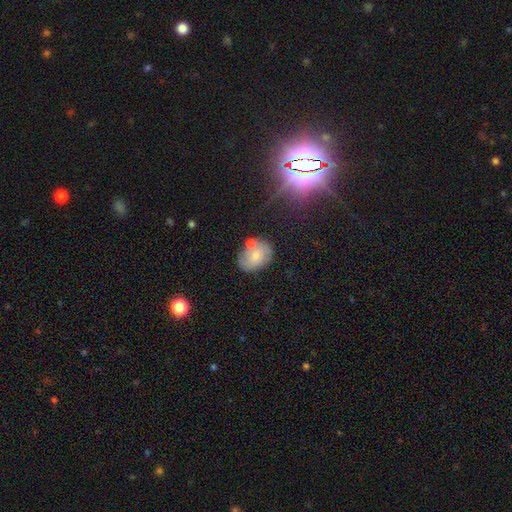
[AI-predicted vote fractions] Morphology: type=smooth (56%); roundness=in between (57%); merging=none (58%).